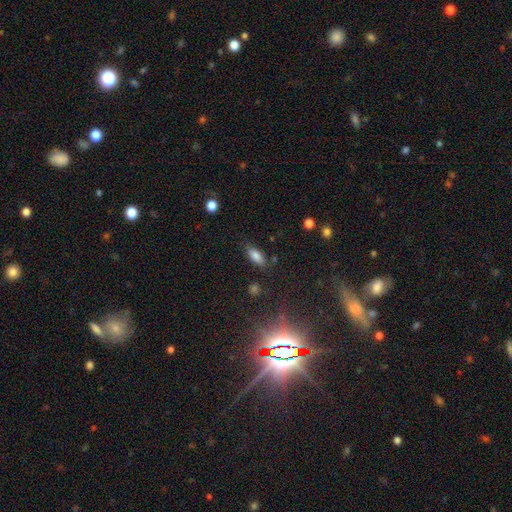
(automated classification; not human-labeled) Smooth or featured? smooth (82%)
How rounded? in between (80%)
Merging? none (79%)